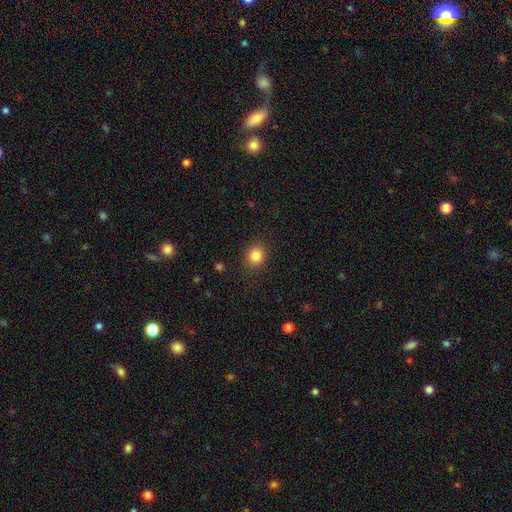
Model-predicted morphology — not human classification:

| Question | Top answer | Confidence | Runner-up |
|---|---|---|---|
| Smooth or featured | smooth | 84% | star or artifact (11%) |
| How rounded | round | 82% | in between (18%) |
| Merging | none | 89% | minor disturbance (8%) |